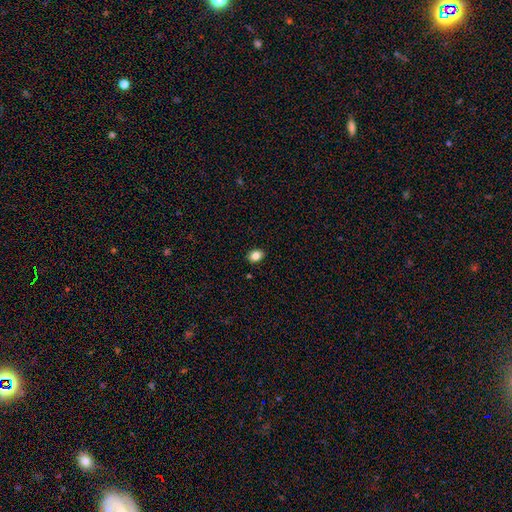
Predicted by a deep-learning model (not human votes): A smooth galaxy with no disk features (84%) that is in between round and cigar-shaped (67%).

Vote fractions:
- Smooth or featured? smooth: 84% / star or artifact: 10% / featured or disk: 7%
- How rounded? in between: 67% / round: 32% / cigar-shaped: 1%
- Merging? none: 89% / minor disturbance: 8% / major disturbance: 2% / merger: 1%